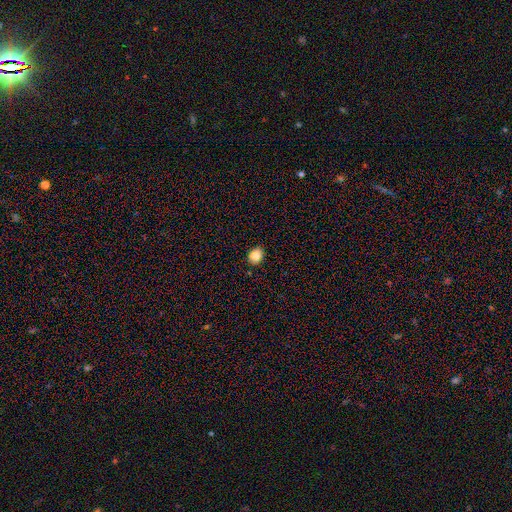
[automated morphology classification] The model was most divided on "how rounded": in between: 54%, round: 45%, cigar-shaped: 1%. More confident: merging — none (86%); smooth or featured — smooth (85%).